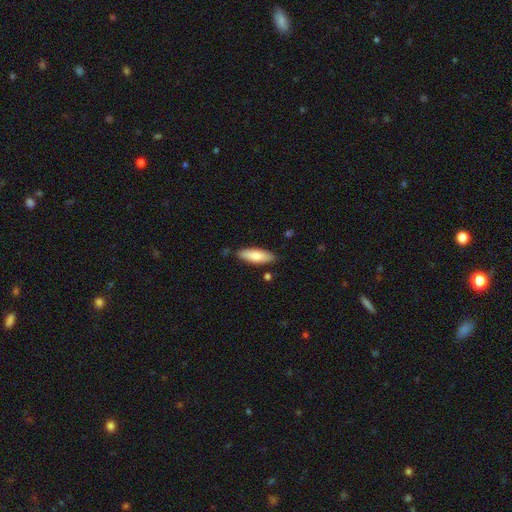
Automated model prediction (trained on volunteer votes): smooth_or_featured: smooth (p=0.82) [alt: featured or disk p=0.13]
how_rounded: in between (p=0.58) [alt: cigar-shaped p=0.40]
merging: none (p=0.83) [alt: minor disturbance p=0.12]